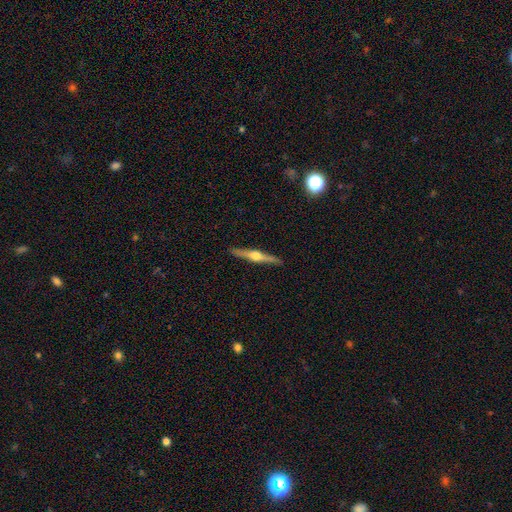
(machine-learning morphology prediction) featured or disk 76%, smooth 19%, star or artifact 5%. Down the decision tree: edge-on disk — yes (98%); edge-on bulge — rounded (95%); merging — none (91%).